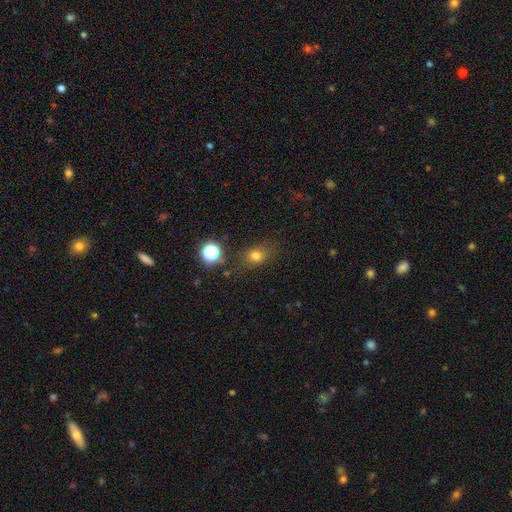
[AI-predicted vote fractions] Smooth or featured? smooth (73%)
How rounded? round (57%)
Merging? none (73%)